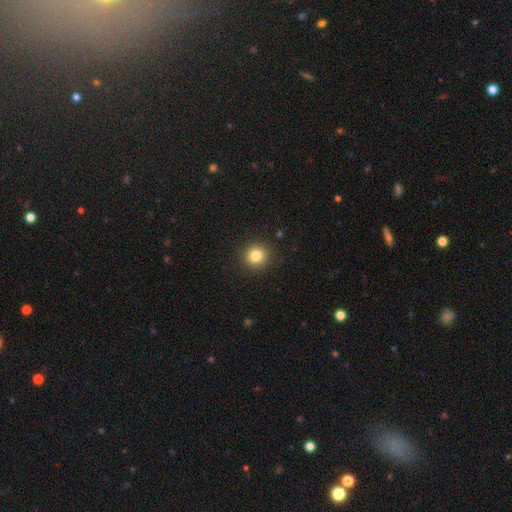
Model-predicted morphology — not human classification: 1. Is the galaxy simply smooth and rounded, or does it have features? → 82% smooth, 11% star or artifact, 6% featured or disk.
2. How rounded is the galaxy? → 92% round, 7% in between, 1% cigar-shaped.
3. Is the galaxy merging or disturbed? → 91% none, 6% minor disturbance, 2% major disturbance, 1% merger.